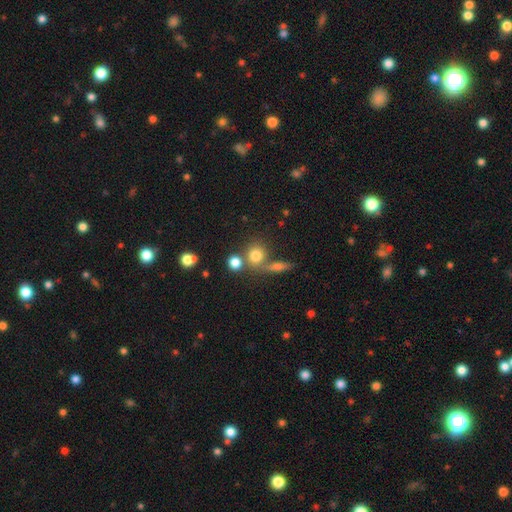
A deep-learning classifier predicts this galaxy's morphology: smooth 76%, star or artifact 13%, featured or disk 11%. Down the decision tree: how rounded — round (80%); merging — none (57%).